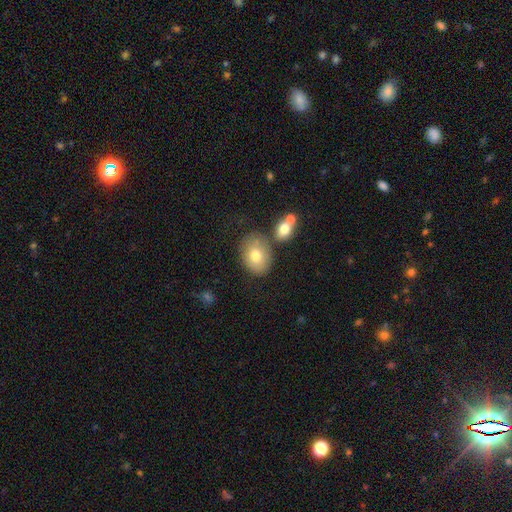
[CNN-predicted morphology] This is likely a smooth galaxy (75%). How rounded: likely in between (64%). Merging: likely none (65%).